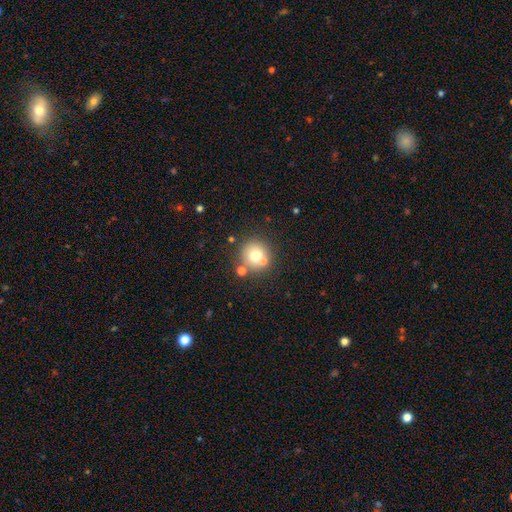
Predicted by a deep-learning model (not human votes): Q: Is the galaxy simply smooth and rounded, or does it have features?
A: smooth — 70%.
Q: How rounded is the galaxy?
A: round — 93%.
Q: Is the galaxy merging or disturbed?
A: none — 71%.